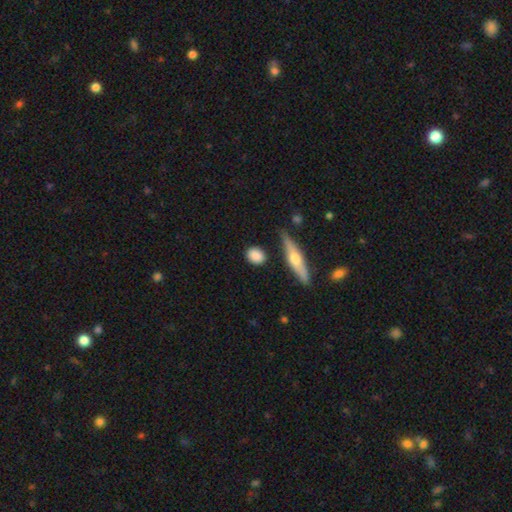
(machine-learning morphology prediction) This appears to be a smooth galaxy with no disk features (84%) that is round (63%). Merging: none (82%).